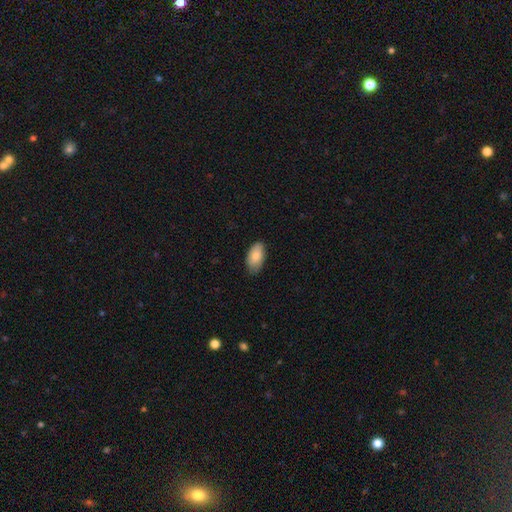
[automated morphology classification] Smooth or featured? Predicted: smooth (p=0.85). How rounded? Predicted: in between (p=0.95). Merging? Predicted: none (p=0.78).